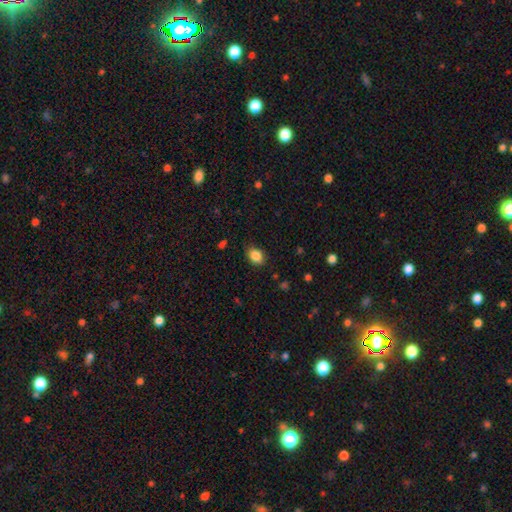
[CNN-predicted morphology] A smooth galaxy with no disk features (87%) that is in between round and cigar-shaped (68%).

Vote fractions:
- Smooth or featured? smooth: 87% / star or artifact: 9% / featured or disk: 4%
- How rounded? in between: 68% / round: 31% / cigar-shaped: 1%
- Merging? none: 83% / minor disturbance: 13% / major disturbance: 3% / merger: 1%